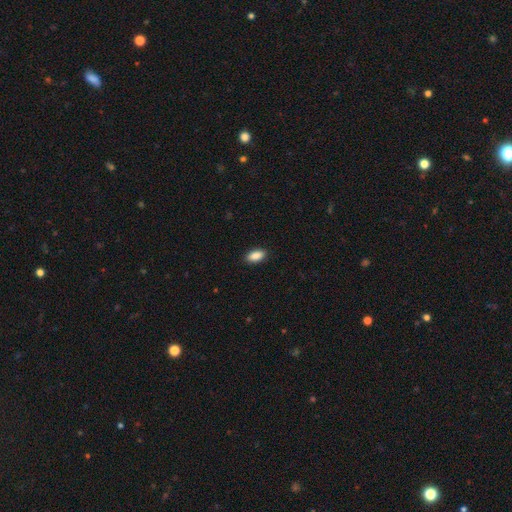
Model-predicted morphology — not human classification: Smooth or featured? smooth (89%)
How rounded? in between (91%)
Merging? none (89%)